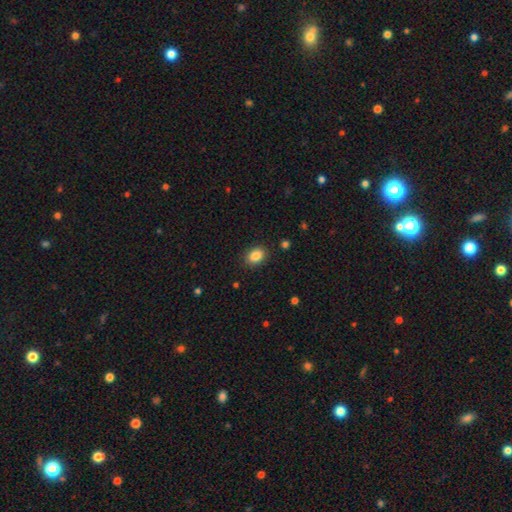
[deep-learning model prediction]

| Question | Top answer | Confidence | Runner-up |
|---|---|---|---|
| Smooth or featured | smooth | 86% | star or artifact (9%) |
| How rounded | in between | 68% | round (31%) |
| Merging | none | 88% | minor disturbance (8%) |